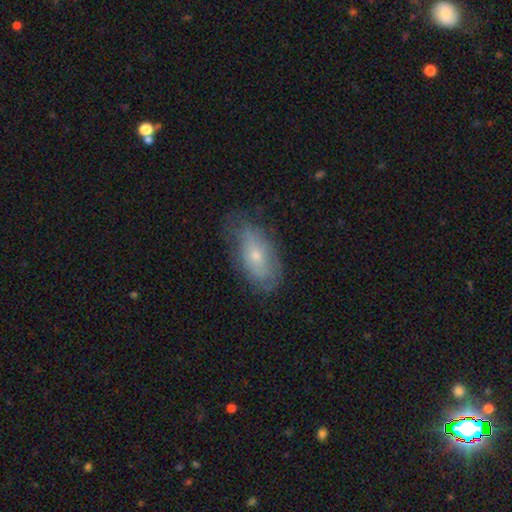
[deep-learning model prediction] smooth 52%, featured or disk 40%, star or artifact 7%. Down the decision tree: how rounded — in between (89%); merging — none (64%).